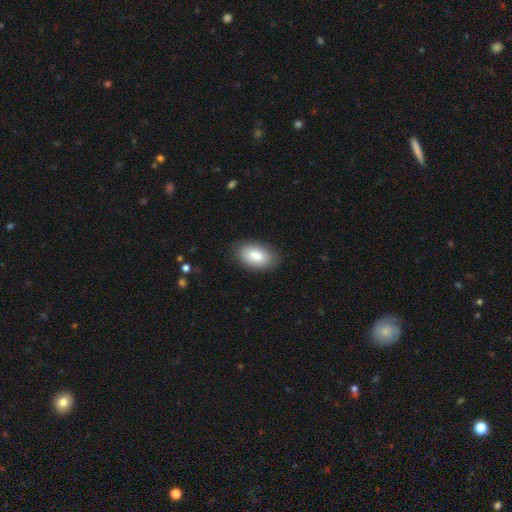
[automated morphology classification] type=smooth (85%); roundness=in between (94%); merging=none (85%).